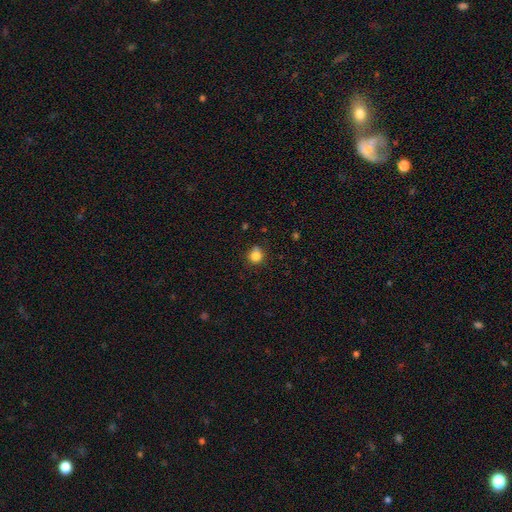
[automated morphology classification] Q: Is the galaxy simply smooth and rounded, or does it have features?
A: smooth — 84%.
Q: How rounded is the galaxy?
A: round — 82%.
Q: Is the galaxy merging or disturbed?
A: none — 76%.